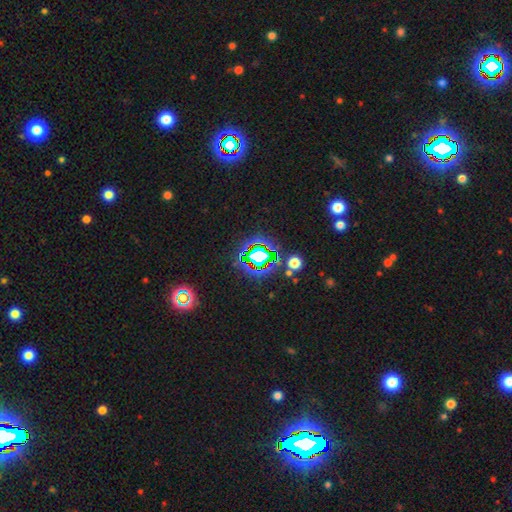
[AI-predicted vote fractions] Smooth or featured? star or artifact (69%)